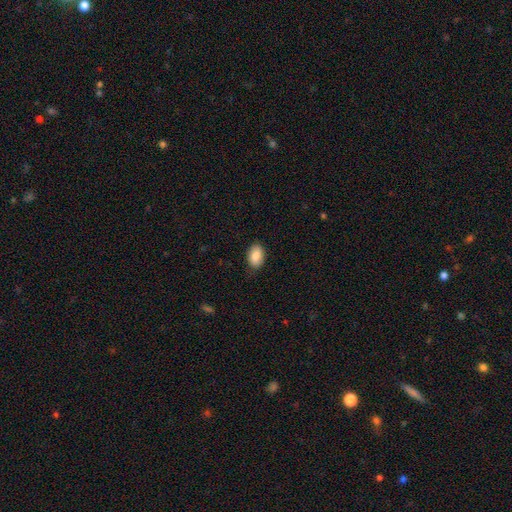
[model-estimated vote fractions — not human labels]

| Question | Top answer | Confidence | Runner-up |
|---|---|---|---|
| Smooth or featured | smooth | 85% | featured or disk (8%) |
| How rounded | in between | 90% | round (9%) |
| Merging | none | 86% | minor disturbance (11%) |